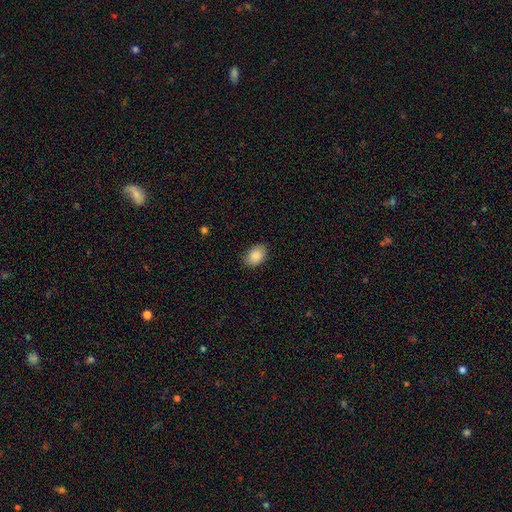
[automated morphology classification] type=smooth (87%); roundness=in between (80%); merging=none (81%).